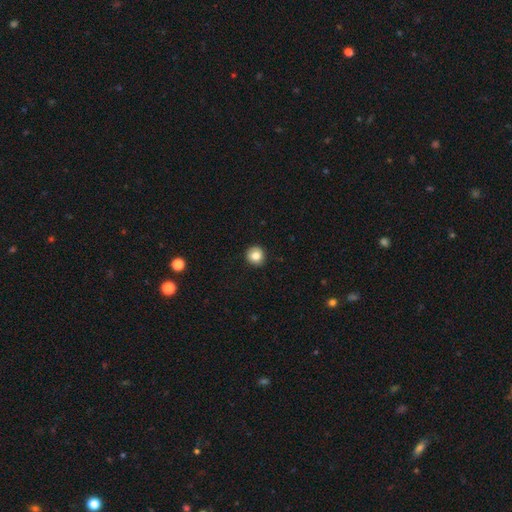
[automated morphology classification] smooth_or_featured: smooth (p=0.83) [alt: star or artifact p=0.09]
how_rounded: round (p=0.92) [alt: in between p=0.07]
merging: none (p=0.91) [alt: minor disturbance p=0.06]